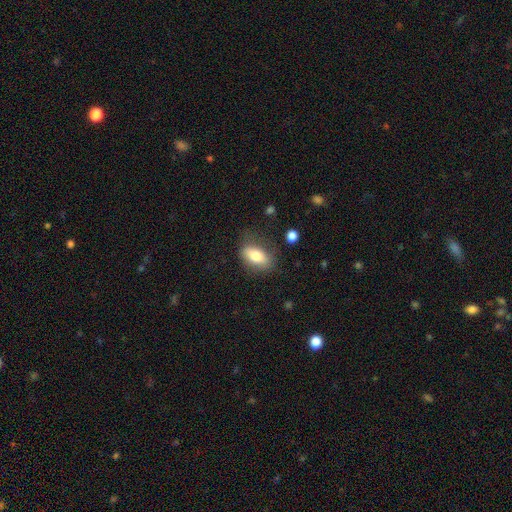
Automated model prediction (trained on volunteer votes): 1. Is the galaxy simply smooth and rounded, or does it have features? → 76% smooth, 16% featured or disk, 8% star or artifact.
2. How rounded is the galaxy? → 86% in between, 8% cigar-shaped, 7% round.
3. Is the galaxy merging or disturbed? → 71% none, 19% minor disturbance, 8% major disturbance, 2% merger.